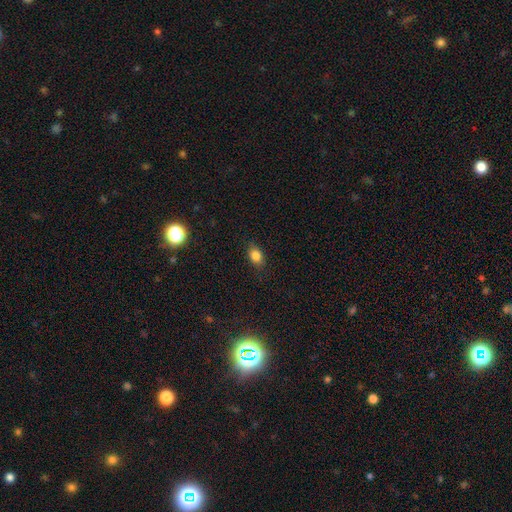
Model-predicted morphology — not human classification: Q: Smooth or featured?
A: smooth (83%); runner-up: star or artifact (11%)
Q: How rounded?
A: in between (77%); runner-up: round (21%)
Q: Merging?
A: none (85%); runner-up: minor disturbance (12%)